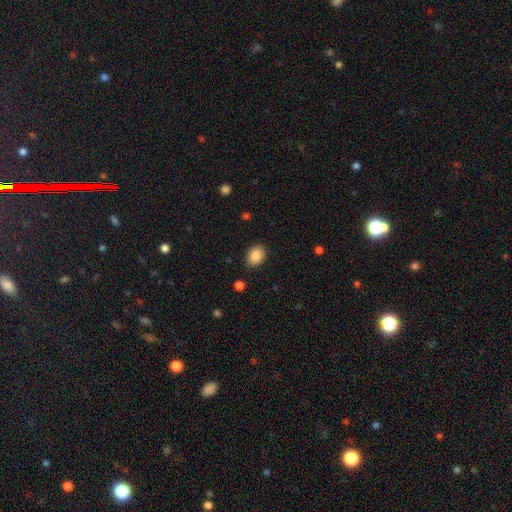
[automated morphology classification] This appears to be a smooth galaxy with no disk features (89%) that is in between round and cigar-shaped (69%). Merging: none (87%).